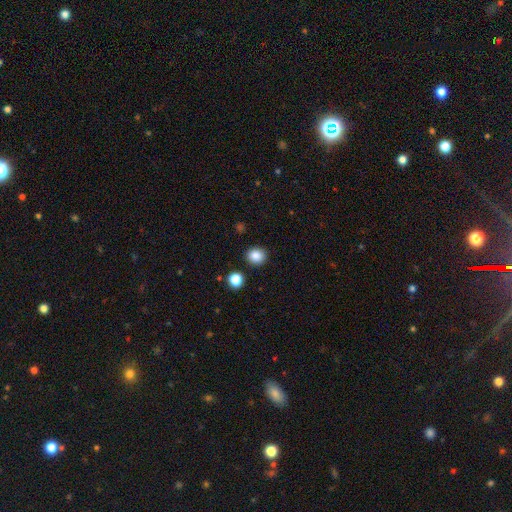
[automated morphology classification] smooth 86%, star or artifact 10%, featured or disk 4%. Down the decision tree: how rounded — round (84%); merging — none (89%).